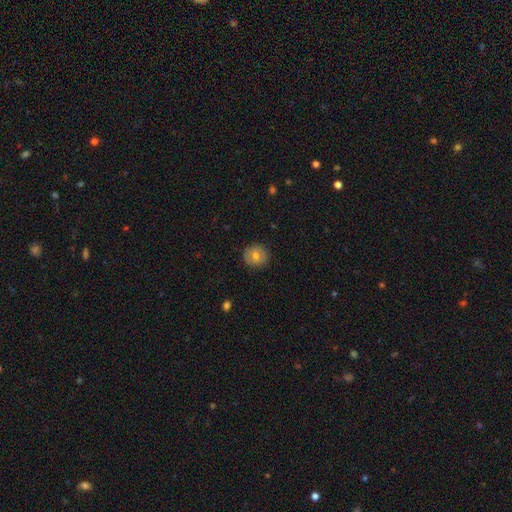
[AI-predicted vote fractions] Smooth or featured? Predicted: smooth (p=0.70). How rounded? Predicted: round (p=0.90). Merging? Predicted: none (p=0.89).